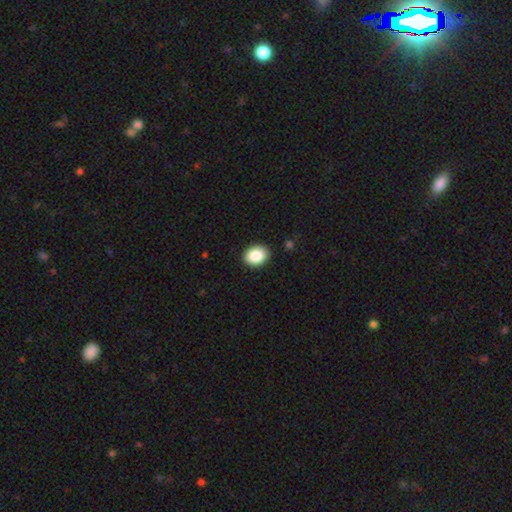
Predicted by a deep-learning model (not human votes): smooth-or-featured: smooth: 87% | star or artifact: 8% | featured or disk: 5%
  how-rounded: in between: 61% | round: 38% | cigar-shaped: 1%
  merging: none: 90% | minor disturbance: 7% | major disturbance: 2% | merger: 1%